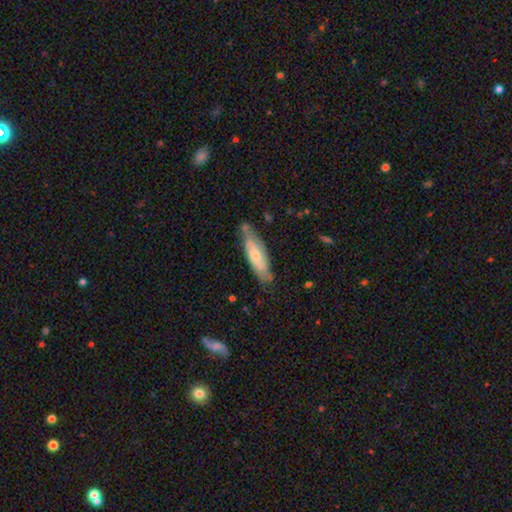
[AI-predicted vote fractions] smooth_or_featured: smooth (p=0.54) [alt: featured or disk p=0.40]
how_rounded: cigar-shaped (p=0.57) [alt: in between p=0.42]
merging: none (p=0.65) [alt: minor disturbance p=0.25]